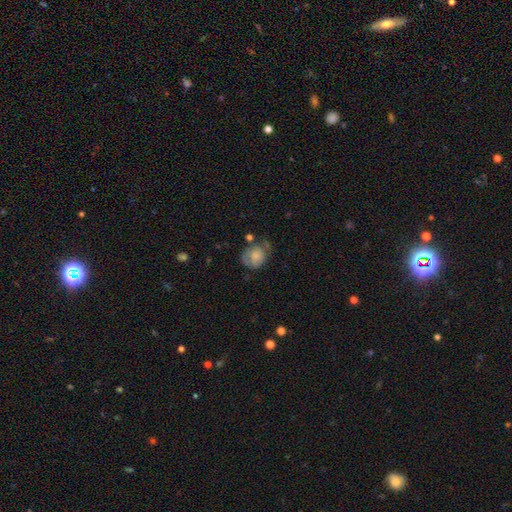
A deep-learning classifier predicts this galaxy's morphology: Smooth or featured: smooth — 61% (featured or disk — 30%)
How rounded: round — 64% (in between — 35%)
Merging: none — 39% (minor disturbance — 31%)